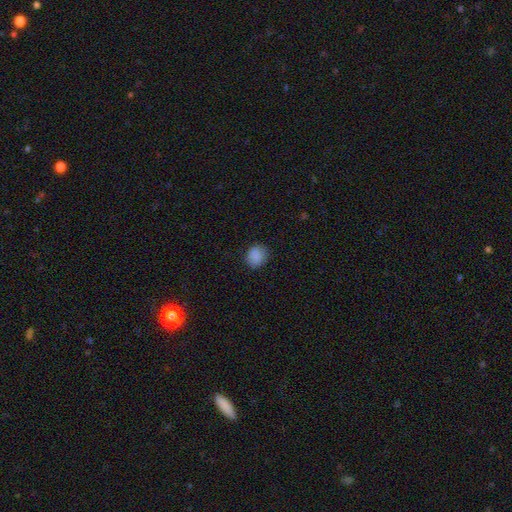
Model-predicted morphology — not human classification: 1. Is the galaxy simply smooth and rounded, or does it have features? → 86% smooth, 9% star or artifact, 5% featured or disk.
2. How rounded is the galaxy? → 73% round, 26% in between, 1% cigar-shaped.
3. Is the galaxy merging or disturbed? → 85% none, 11% minor disturbance, 3% major disturbance, 1% merger.